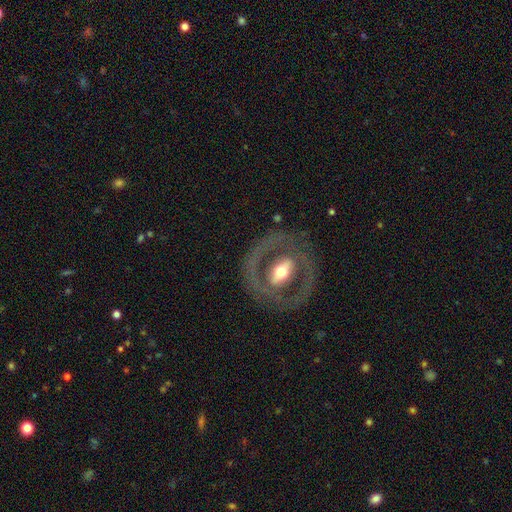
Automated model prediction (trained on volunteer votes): A featured or disk galaxy (76%) with a strong bar (36%), no spiral arms (62%) and a moderate central bulge (66%).

Vote fractions:
- Smooth or featured? featured or disk: 76% / smooth: 18% / star or artifact: 7%
- Edge-on disk? no: 91% / yes: 9%
- Bar? strong: 36% / no: 35% / weak: 29%
- Spiral arms? no: 62% / yes: 38%
- Bulge size? moderate: 66% / small: 16% / large: 15% / dominant: 2% / none: 1%
- Merging? none: 80% / minor disturbance: 10% / major disturbance: 8% / merger: 1%